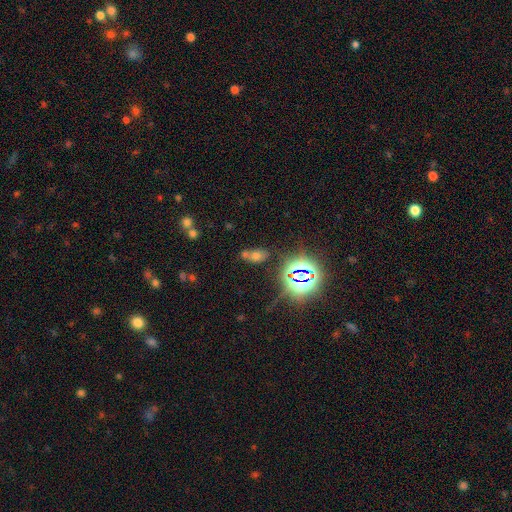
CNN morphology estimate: A star or artifact, not a galaxy (46%).

Vote fractions:
- Smooth or featured? star or artifact: 46% / smooth: 43% / featured or disk: 11%